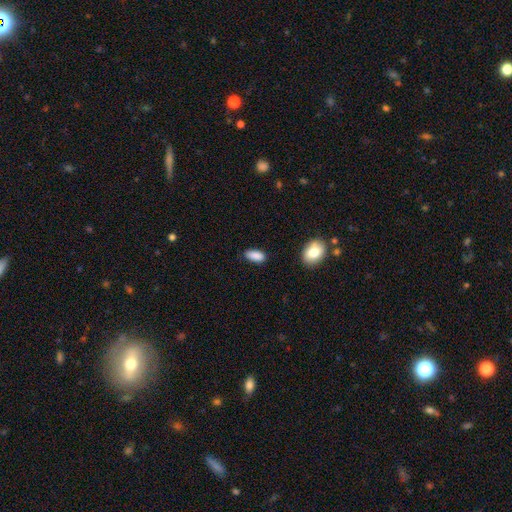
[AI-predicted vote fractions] Q: Smooth or featured?
A: smooth (89%); runner-up: star or artifact (7%)
Q: How rounded?
A: in between (89%); runner-up: cigar-shaped (8%)
Q: Merging?
A: none (79%); runner-up: minor disturbance (16%)